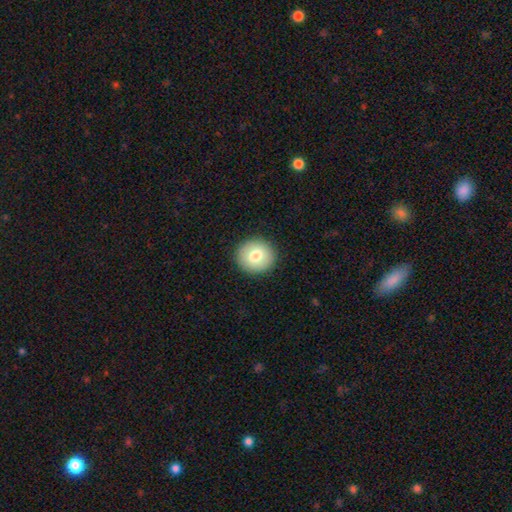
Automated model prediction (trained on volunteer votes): Overall: smooth (77%). How rounded: round (89%). Merging: none (91%).